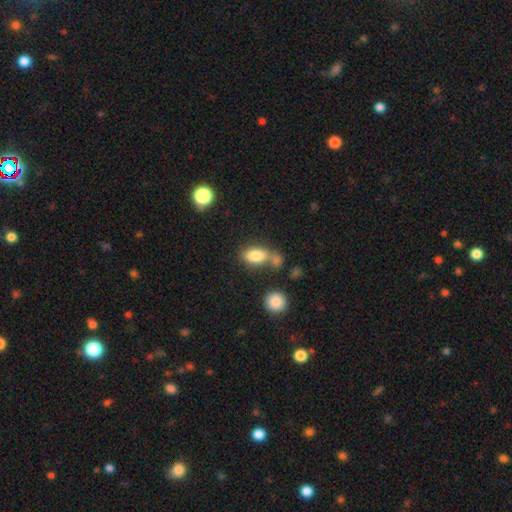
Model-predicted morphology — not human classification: Smooth or featured: smooth — 83% (featured or disk — 9%)
How rounded: in between — 87% (round — 7%)
Merging: none — 52% (merger — 27%)